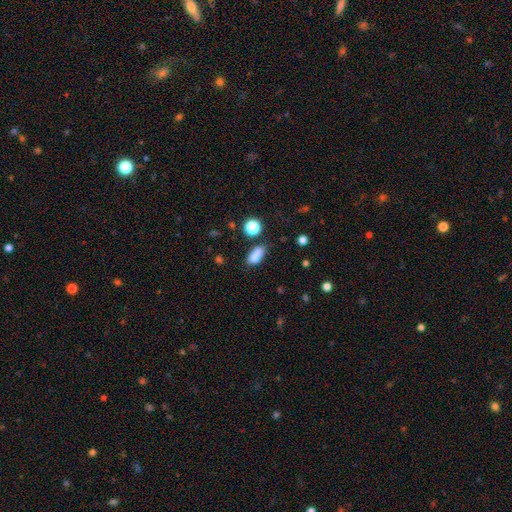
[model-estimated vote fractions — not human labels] Overall: smooth (80%). How rounded: in between (76%). Merging: none (56%; minor disturbance 22%).